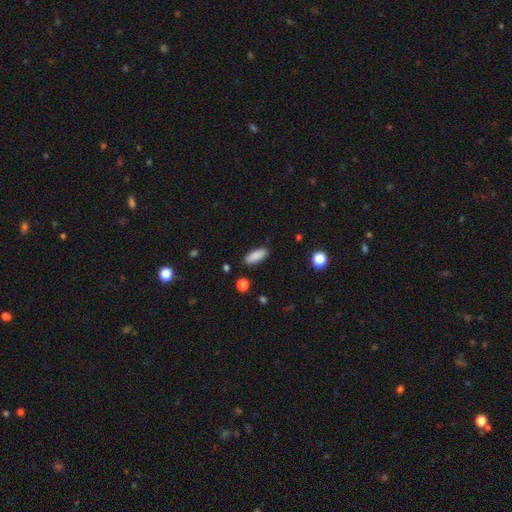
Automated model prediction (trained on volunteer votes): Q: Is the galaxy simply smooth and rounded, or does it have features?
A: smooth — 88%.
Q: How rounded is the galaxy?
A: in between — 66%.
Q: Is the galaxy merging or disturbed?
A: none — 88%.